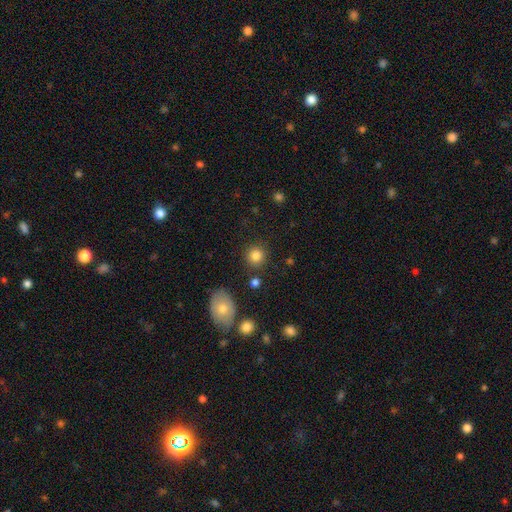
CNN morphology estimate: A smooth galaxy with no disk features (83%) that is round (90%).

Vote fractions:
- Smooth or featured? smooth: 83% / star or artifact: 10% / featured or disk: 6%
- How rounded? round: 90% / in between: 9% / cigar-shaped: 1%
- Merging? none: 86% / minor disturbance: 8% / merger: 4% / major disturbance: 3%